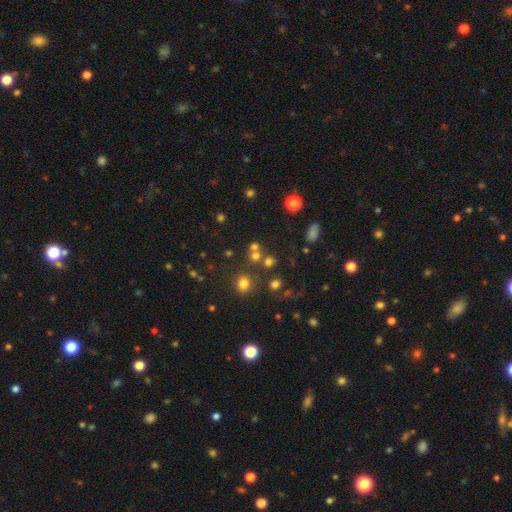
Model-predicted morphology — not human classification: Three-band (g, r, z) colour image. It shows a smooth galaxy with no disk features (64%) that is round (85%). Merging: none (61%).